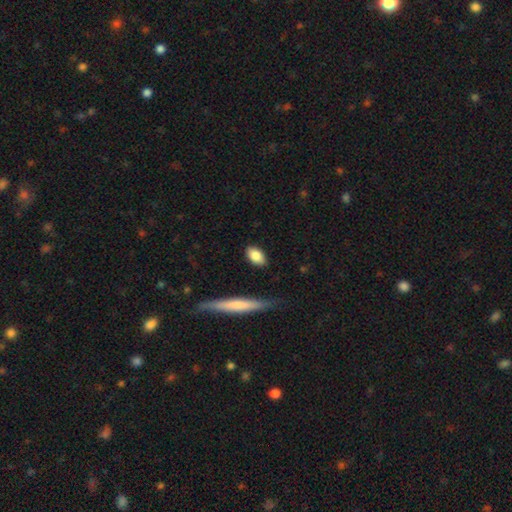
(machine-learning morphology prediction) smooth 85%, featured or disk 9%, star or artifact 6%. Down the decision tree: how rounded — in between (88%); merging — none (86%).